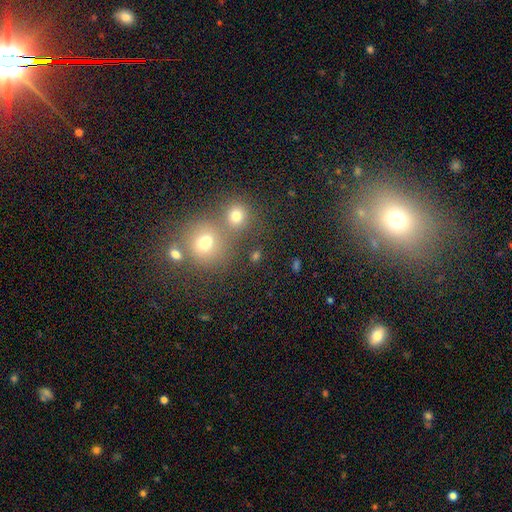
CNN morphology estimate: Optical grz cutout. It shows a smooth galaxy with no disk features (65%) that is round (76%). Merging: none (60%).